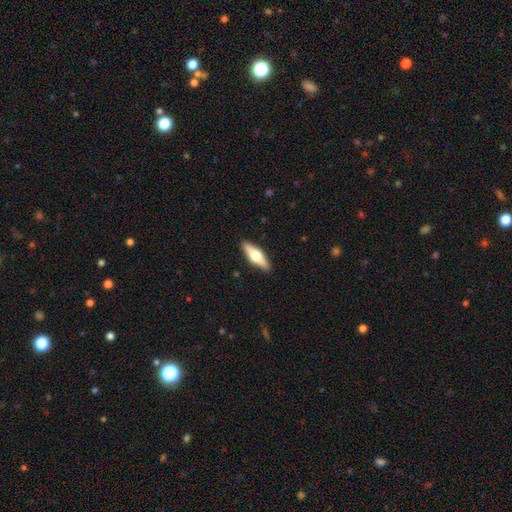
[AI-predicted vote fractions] Morphology: type=featured or disk (50%); edge-on=yes (93%); merging=none (90%).